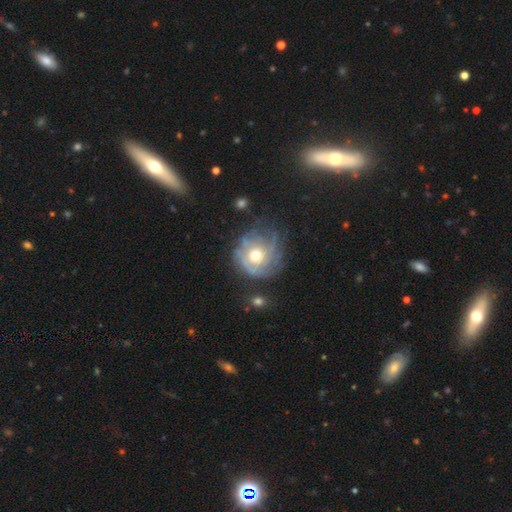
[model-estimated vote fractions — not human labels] The model was most divided on "spiral arm count": can't tell: 45%, 3: 17%, 2: 13%, 4: 11%, 1: 7%, more than 4: 7%. More confident: edge-on disk — no (97%); bar — no (85%); spiral arms — yes (82%); smooth or featured — featured or disk (72%); bulge size — moderate (70%); spiral winding — tight (62%); merging — none (61%).